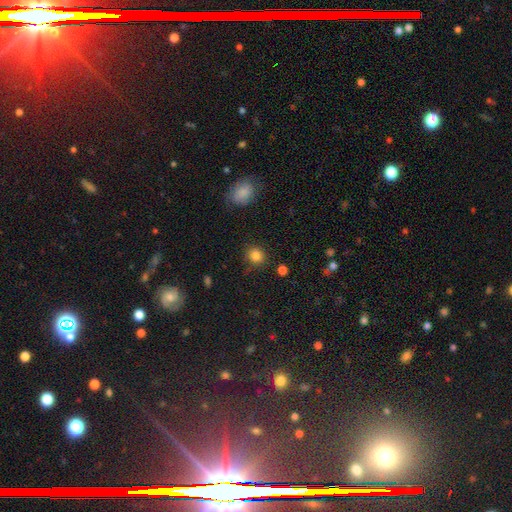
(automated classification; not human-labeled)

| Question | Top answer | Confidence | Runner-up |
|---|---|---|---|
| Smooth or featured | smooth | 84% | star or artifact (11%) |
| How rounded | round | 84% | in between (15%) |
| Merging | none | 84% | minor disturbance (11%) |